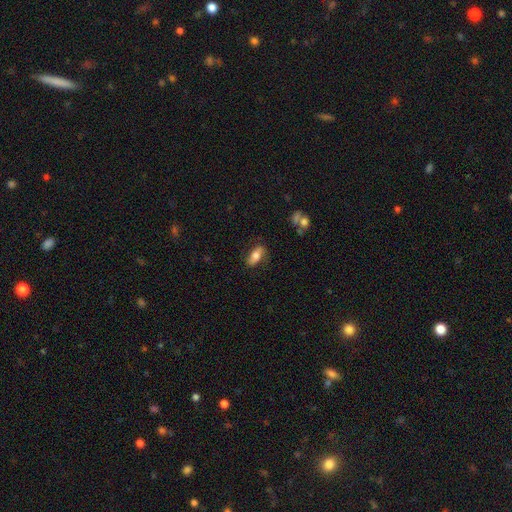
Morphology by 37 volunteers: This is possibly a smooth galaxy (51%). How rounded: likely in between (74%). Merging: likely none (71%).